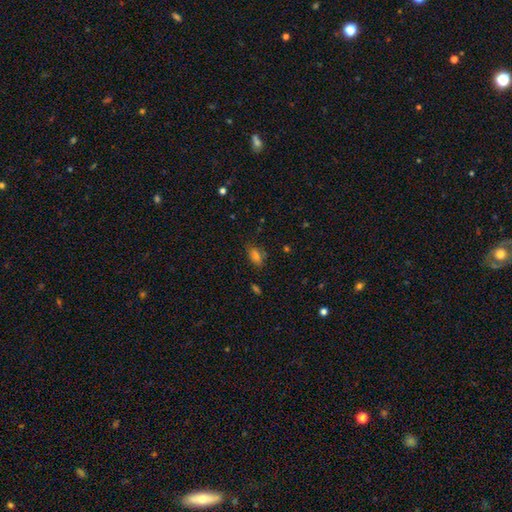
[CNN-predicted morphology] smooth_or_featured: smooth (p=0.66) [alt: star or artifact p=0.24]
how_rounded: in between (p=0.83) [alt: round p=0.13]
merging: none (p=0.72) [alt: minor disturbance p=0.19]